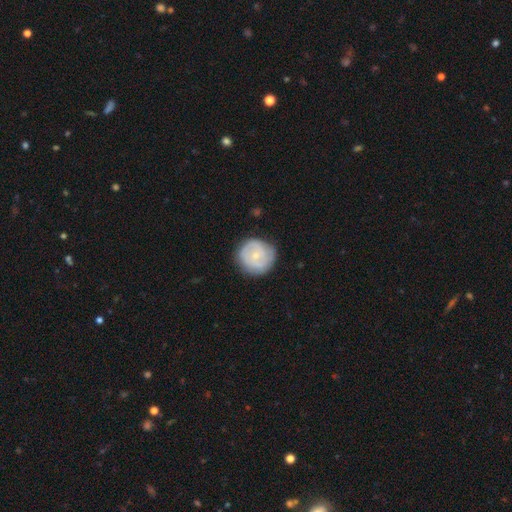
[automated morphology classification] smooth-or-featured: featured or disk: 49% | smooth: 45% | star or artifact: 6%
  merging: none: 78% | minor disturbance: 16% | major disturbance: 5% | merger: 1%